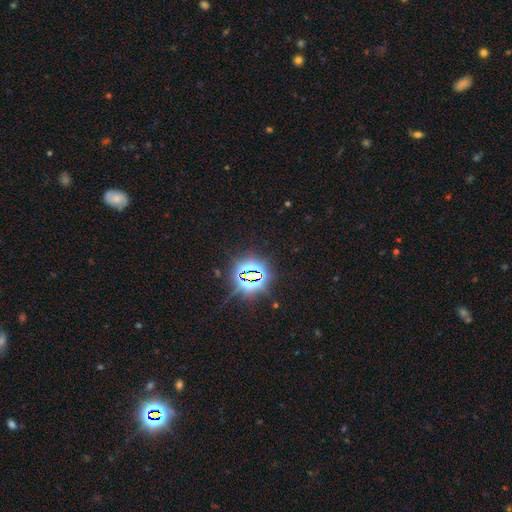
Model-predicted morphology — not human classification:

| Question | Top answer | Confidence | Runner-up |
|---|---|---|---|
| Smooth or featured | star or artifact | 82% | smooth (12%) |